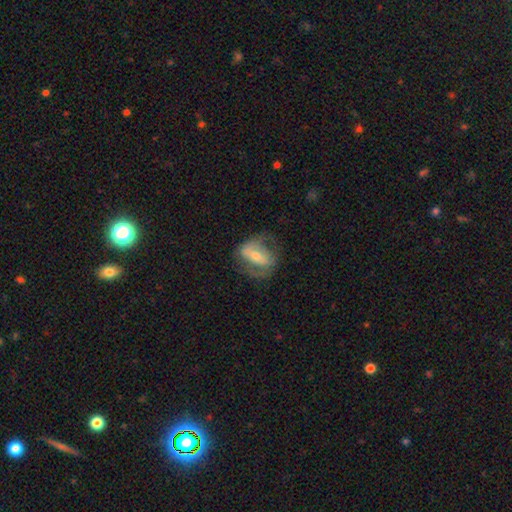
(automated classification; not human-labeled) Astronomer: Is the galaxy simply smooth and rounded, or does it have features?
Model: featured or disk — 62%.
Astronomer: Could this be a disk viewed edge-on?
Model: no — 90%.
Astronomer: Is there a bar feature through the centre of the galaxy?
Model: strong — 50% (runner-up: weak, 27%).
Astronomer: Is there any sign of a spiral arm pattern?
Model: yes — 56% (runner-up: no, 44%).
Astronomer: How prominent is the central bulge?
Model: moderate — 48% (runner-up: small, 43%).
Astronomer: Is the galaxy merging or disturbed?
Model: none — 60%.